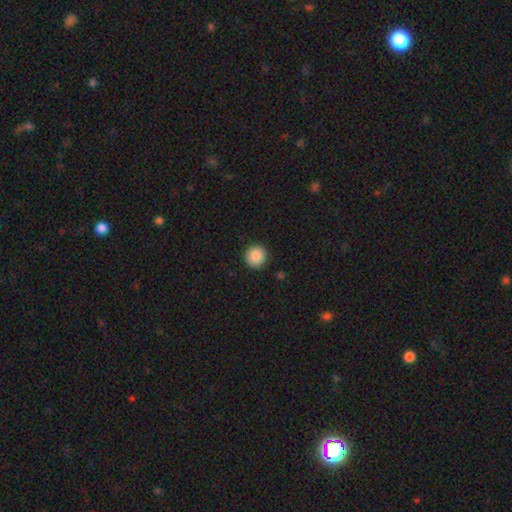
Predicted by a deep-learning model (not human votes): A smooth galaxy with no disk features (87%) that is round (95%).

Vote fractions:
- Smooth or featured? smooth: 87% / star or artifact: 8% / featured or disk: 4%
- How rounded? round: 95% / in between: 4% / cigar-shaped: 1%
- Merging? none: 92% / minor disturbance: 6% / major disturbance: 2% / merger: 1%